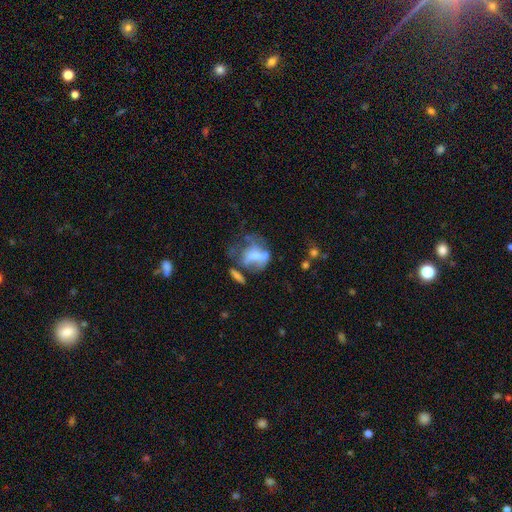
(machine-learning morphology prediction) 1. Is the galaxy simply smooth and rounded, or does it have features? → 44% featured or disk, 43% smooth, 13% star or artifact.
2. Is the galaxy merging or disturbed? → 37% major disturbance, 25% none, 20% merger, 18% minor disturbance.